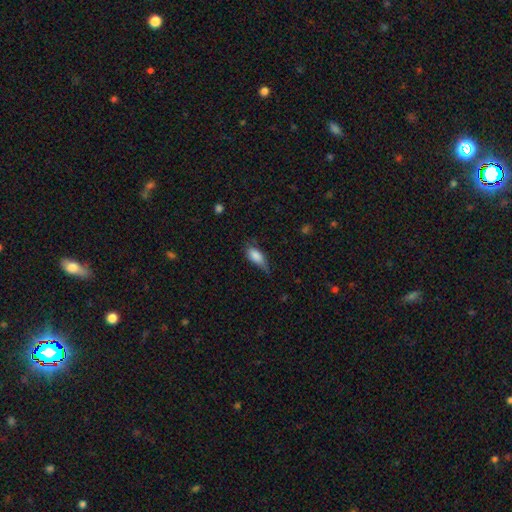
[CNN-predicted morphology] This appears to be a smooth galaxy with no disk features (82%) that is in between round and cigar-shaped (84%). Merging: minor disturbance (43%).